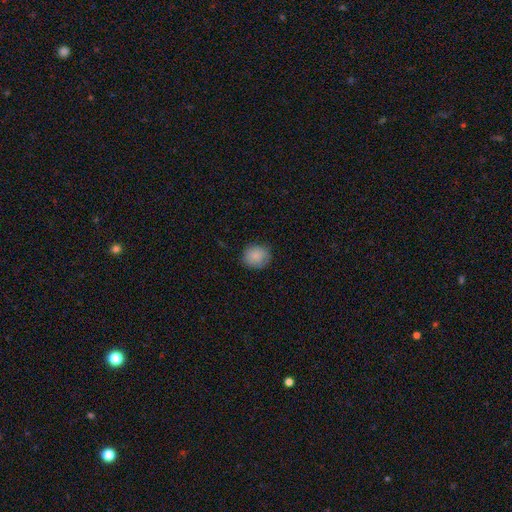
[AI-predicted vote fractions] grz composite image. It shows a smooth galaxy with no disk features (87%) that is round (83%). Merging: none (85%).